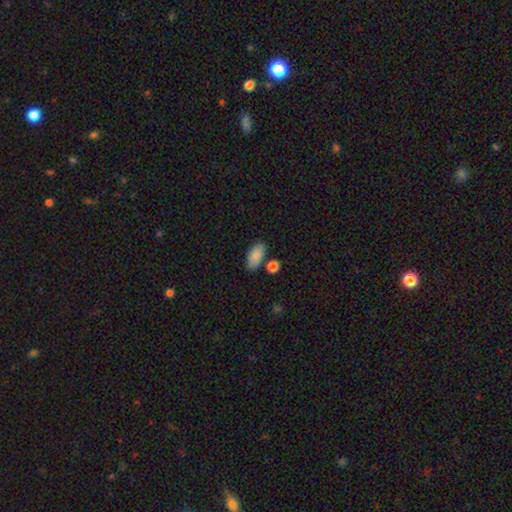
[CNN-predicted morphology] This appears to be a smooth galaxy with no disk features (87%) that is in between round and cigar-shaped (90%). Merging: none (75%).